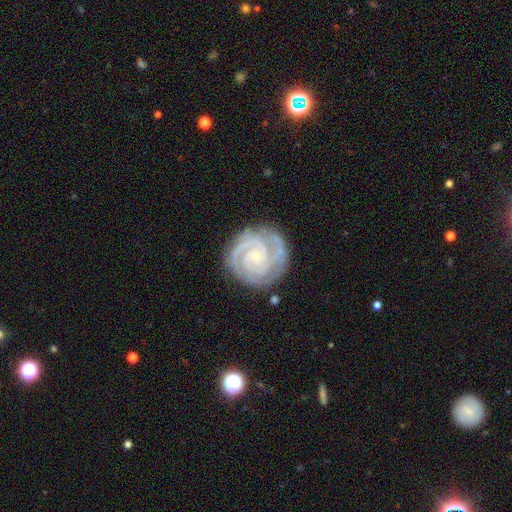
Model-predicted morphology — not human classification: Overall: featured or disk (91%). Edge-on disk: no (98%). Bar: no (69%). Spiral arms: yes (99%). Spiral arm count: 2 (47%; 3 29%). Spiral winding: tight (81%). Bulge size: small (84%). Merging: none (80%).